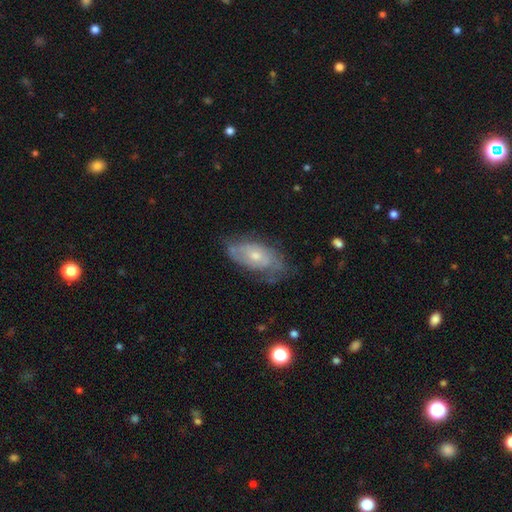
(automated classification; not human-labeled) featured or disk 60%, smooth 33%, star or artifact 7%. Down the decision tree: edge-on disk — no (90%); bar — no (77%); spiral arms — yes (68%); bulge size — small (47%, tied with moderate); merging — none (56%).